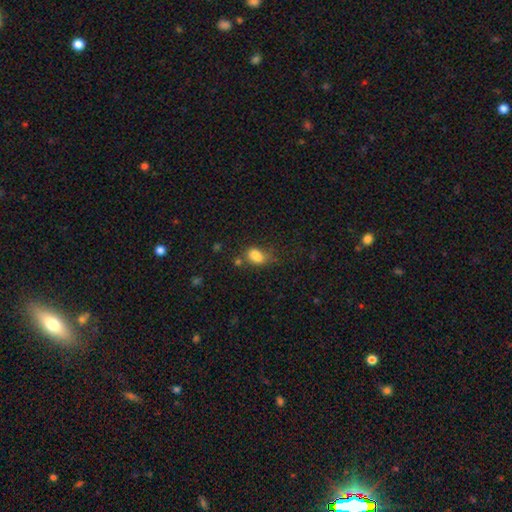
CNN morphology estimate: This appears to be a smooth galaxy with no disk features (80%) that is in between round and cigar-shaped (76%). Merging: none (41%).